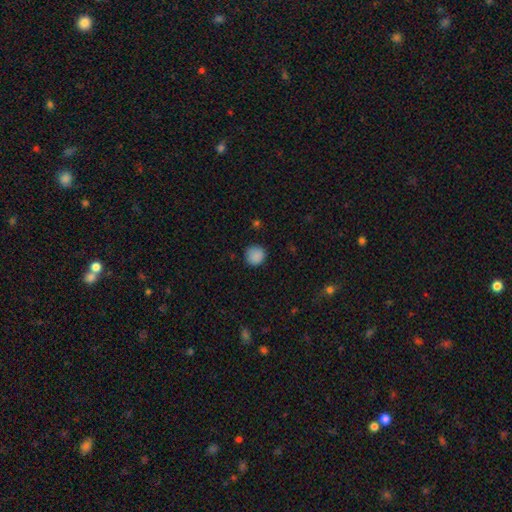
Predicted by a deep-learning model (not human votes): A smooth galaxy with no disk features (88%) that is round (92%). Merging: none (86%).